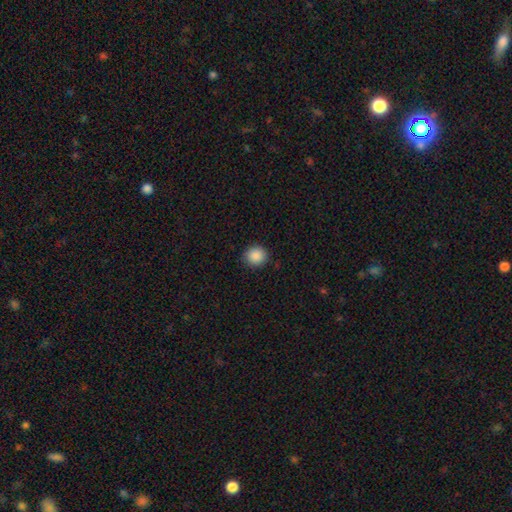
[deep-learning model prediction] Q: Smooth or featured?
A: smooth (88%); runner-up: star or artifact (9%)
Q: How rounded?
A: round (90%); runner-up: in between (9%)
Q: Merging?
A: none (91%); runner-up: minor disturbance (6%)